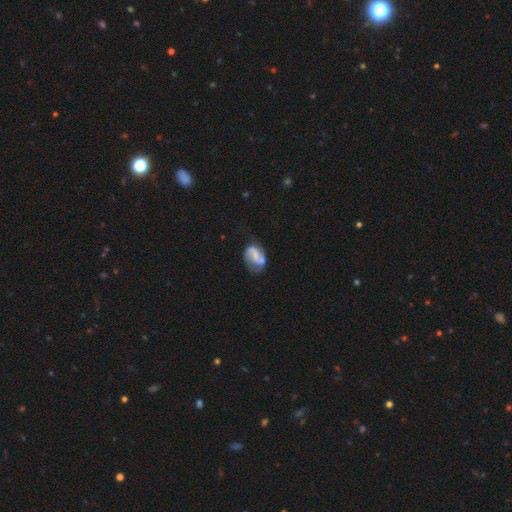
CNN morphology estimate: A featured or disk galaxy (71%) with a weak bar (42%), 2 (83%) loose (45%) spiral arms (86%) and a small central bulge (41%). Merging: none (52%).